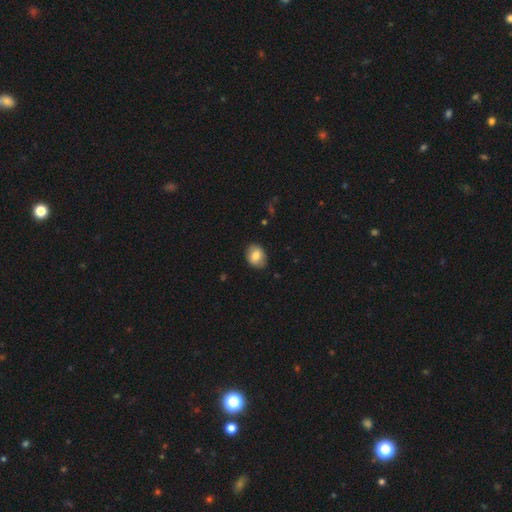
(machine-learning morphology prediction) Smooth or featured?
  - smooth: 79% *
  - featured or disk: 13%
  - star or artifact: 8%
How rounded?
  - in between: 56% *
  - round: 43%
  - cigar-shaped: 1%
Merging?
  - none: 82% *
  - minor disturbance: 14%
  - major disturbance: 3%
  - merger: 1%